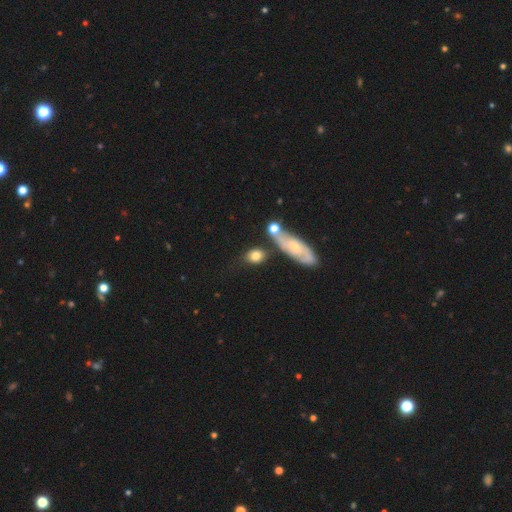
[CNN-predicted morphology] Smooth or featured? smooth (73%)
How rounded? round (48%)
Merging? none (58%)